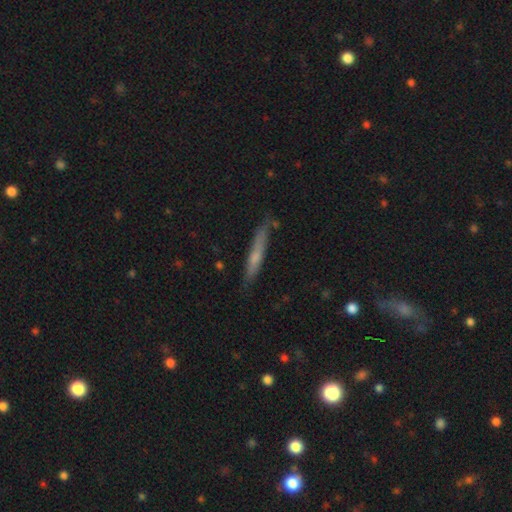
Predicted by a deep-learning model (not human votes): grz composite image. It shows a smooth galaxy with no disk features (55%) that is cigar-shaped (93%). Merging: none (78%).